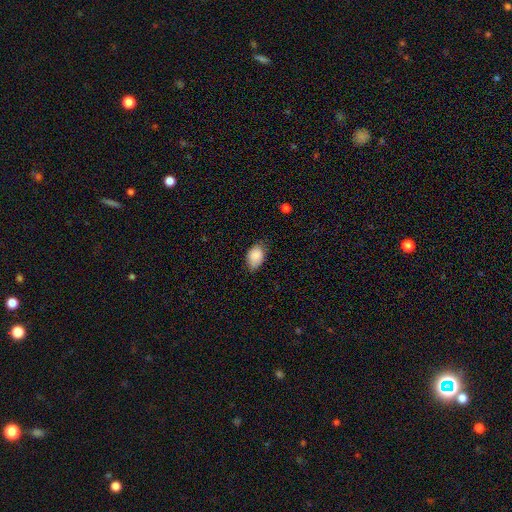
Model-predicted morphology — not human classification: Q: Smooth or featured?
A: smooth (87%); runner-up: star or artifact (7%)
Q: How rounded?
A: in between (86%); runner-up: round (13%)
Q: Merging?
A: none (62%); runner-up: minor disturbance (31%)